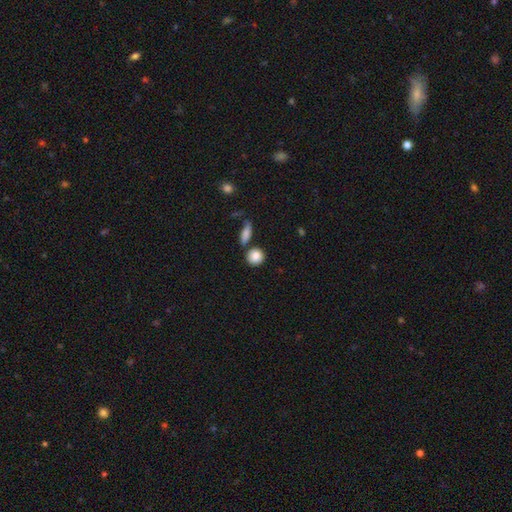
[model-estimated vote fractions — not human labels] This is clearly a smooth galaxy (85%). How rounded: clearly round (84%). Merging: likely none (74%).